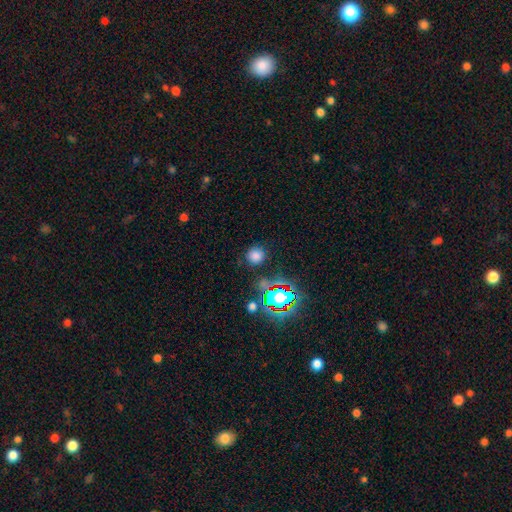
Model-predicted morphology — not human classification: smooth-or-featured: smooth: 73% | star or artifact: 21% | featured or disk: 7%
  how-rounded: round: 90% | in between: 9% | cigar-shaped: 1%
  merging: none: 81% | minor disturbance: 11% | major disturbance: 4% | merger: 3%